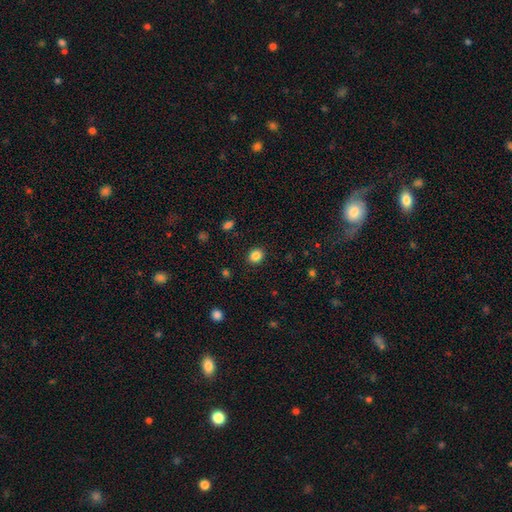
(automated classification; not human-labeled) smooth_or_featured: smooth (p=0.85) [alt: star or artifact p=0.11]
how_rounded: round (p=0.70) [alt: in between p=0.29]
merging: none (p=0.89) [alt: minor disturbance p=0.07]